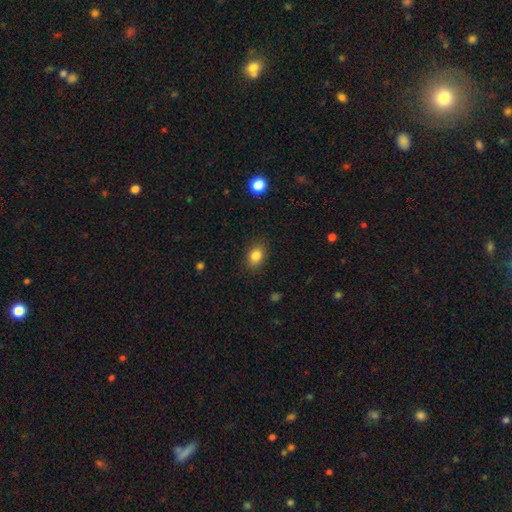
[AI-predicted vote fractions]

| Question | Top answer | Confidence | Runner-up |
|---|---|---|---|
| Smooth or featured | smooth | 84% | star or artifact (10%) |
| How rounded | in between | 67% | round (32%) |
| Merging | none | 87% | minor disturbance (10%) |